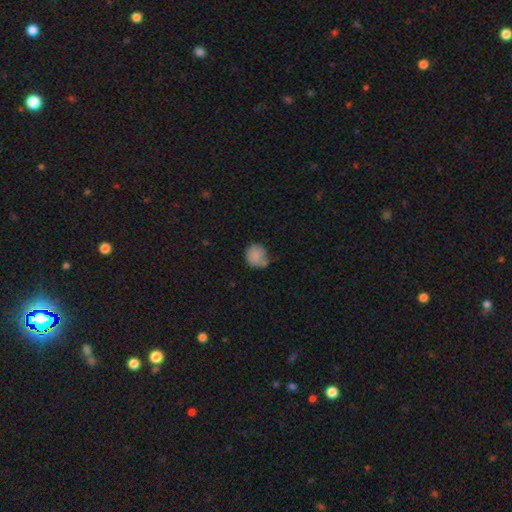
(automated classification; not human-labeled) smooth 85%, star or artifact 9%, featured or disk 6%. Down the decision tree: how rounded — round (80%); merging — none (57%).